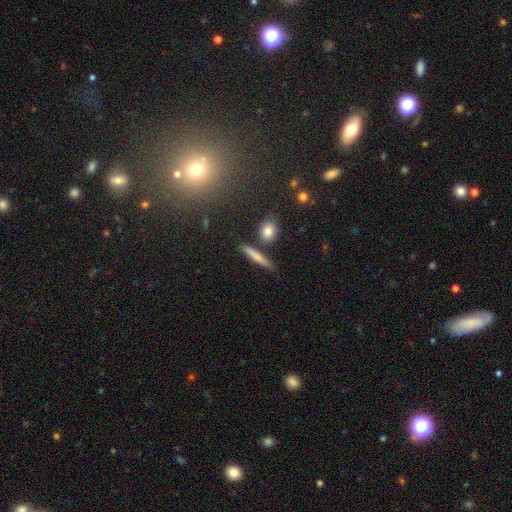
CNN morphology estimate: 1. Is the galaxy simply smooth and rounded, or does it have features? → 69% smooth, 23% featured or disk, 8% star or artifact.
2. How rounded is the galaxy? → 84% cigar-shaped, 11% in between, 5% round.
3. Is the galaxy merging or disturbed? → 79% none, 12% minor disturbance, 7% merger, 3% major disturbance.